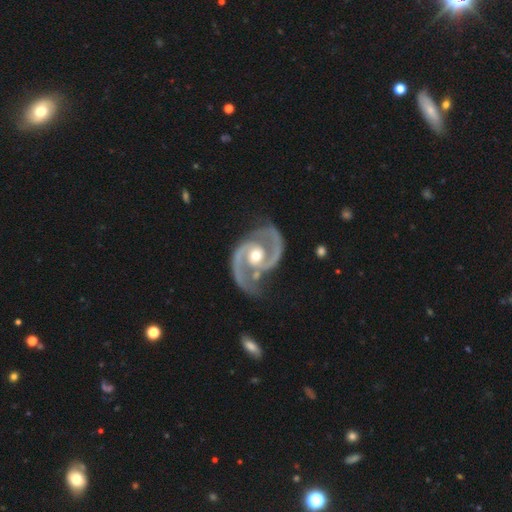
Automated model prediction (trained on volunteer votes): Smooth or featured?
  - featured or disk: 94% *
  - star or artifact: 4%
  - smooth: 2%
Edge-on disk?
  - no: 98% *
  - yes: 2%
Bar?
  - no: 55% *
  - weak: 30%
  - strong: 15%
Spiral arms?
  - yes: 98% *
  - no: 2%
Spiral winding?
  - medium: 63% *
  - tight: 25%
  - loose: 12%
Spiral arm count?
  - 2: 94% *
  - 3: 1%
  - can't tell: 1%
  - 1: 1%
  - 4: 1%
  - more than 4: 1%
Bulge size?
  - moderate: 76% *
  - small: 18%
  - large: 4%
  - none: 1%
  - dominant: 1%
Merging?
  - none: 74% *
  - minor disturbance: 17%
  - major disturbance: 6%
  - merger: 3%